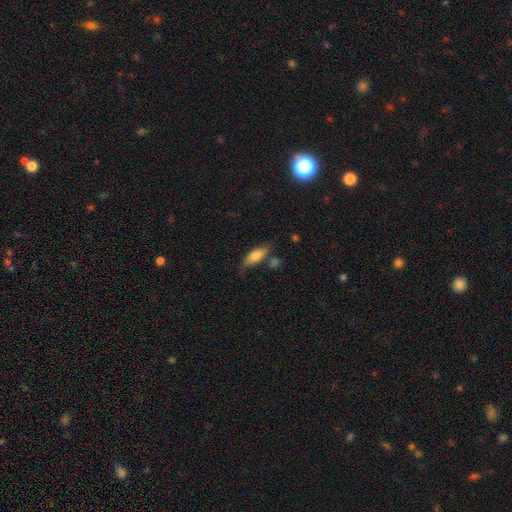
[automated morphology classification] This appears to be a smooth galaxy with no disk features (75%) that is in between round and cigar-shaped (67%). Merging: none (67%).